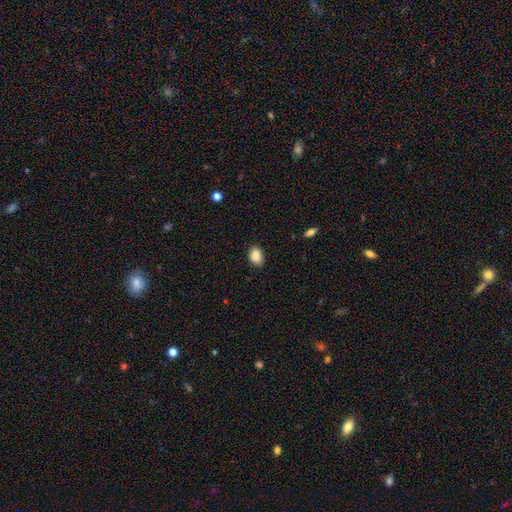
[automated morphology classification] The model was most divided on "how rounded": in between: 76%, round: 23%, cigar-shaped: 1%. More confident: smooth or featured — smooth (88%); merging — none (88%).